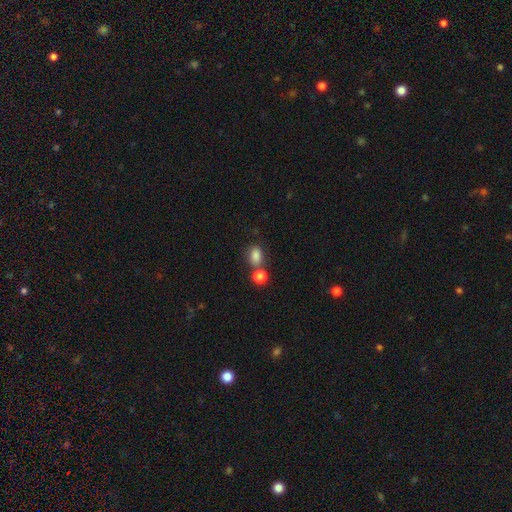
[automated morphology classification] smooth-or-featured: smooth: 83% | star or artifact: 11% | featured or disk: 6%
  how-rounded: in between: 71% | round: 27% | cigar-shaped: 2%
  merging: none: 56% | merger: 27% | minor disturbance: 12% | major disturbance: 4%